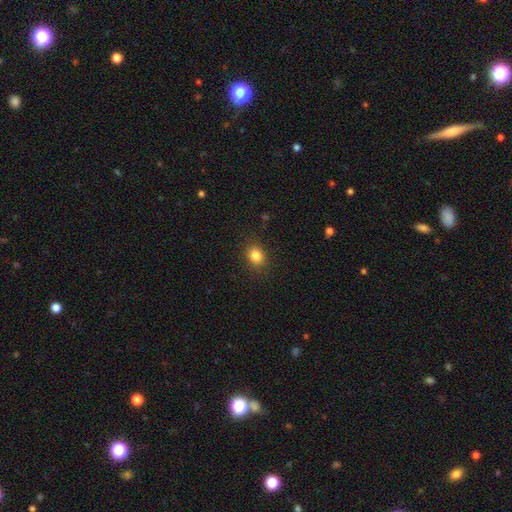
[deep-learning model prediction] smooth_or_featured: smooth (p=0.84) [alt: star or artifact p=0.11]
how_rounded: round (p=0.60) [alt: in between p=0.39]
merging: none (p=0.88) [alt: minor disturbance p=0.08]